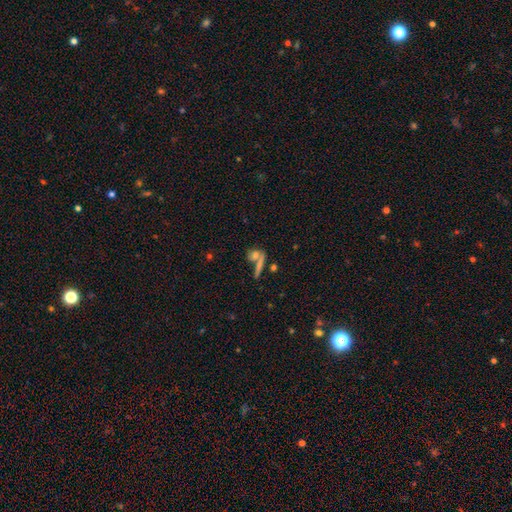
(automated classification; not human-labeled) This appears to be a smooth galaxy with no disk features (64%) that is in between round and cigar-shaped (38%). Merging: none (47%).